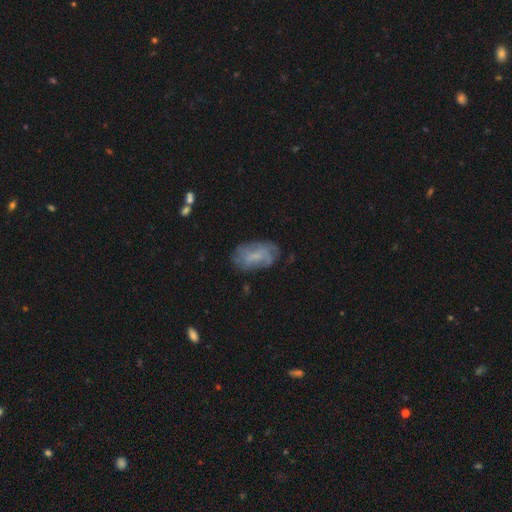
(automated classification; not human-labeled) A smooth galaxy with no disk features (46%). Merging: none (63%).